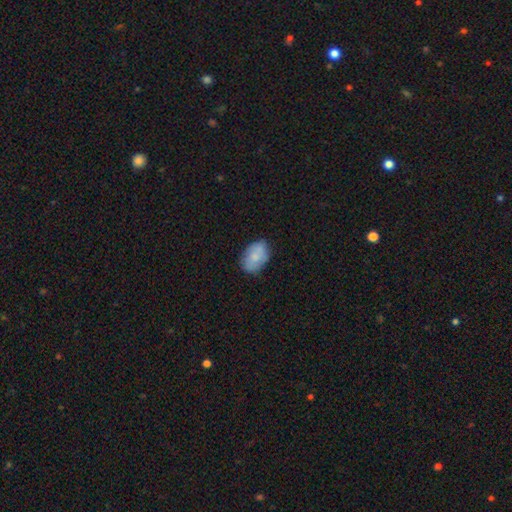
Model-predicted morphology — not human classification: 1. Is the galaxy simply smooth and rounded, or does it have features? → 78% smooth, 15% featured or disk, 7% star or artifact.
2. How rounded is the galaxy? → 85% in between, 14% round, 1% cigar-shaped.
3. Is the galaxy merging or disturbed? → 76% none, 19% minor disturbance, 4% major disturbance, 1% merger.